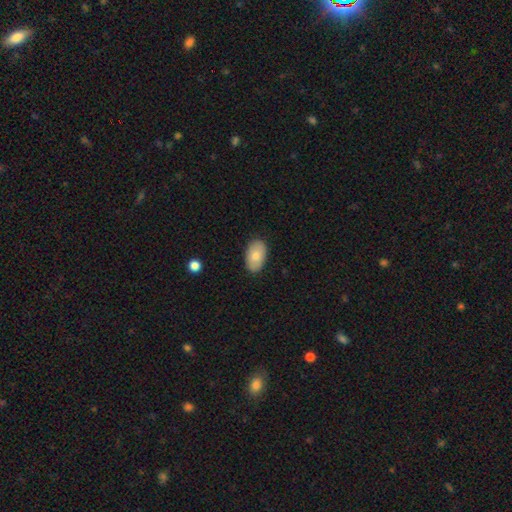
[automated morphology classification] This is likely a smooth galaxy (79%). How rounded: clearly in between (93%). Merging: clearly none (86%).